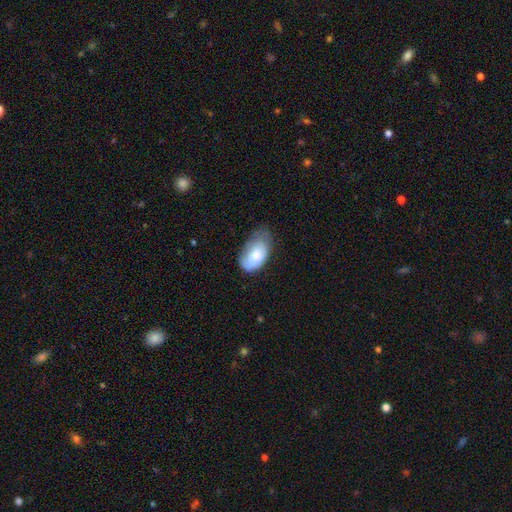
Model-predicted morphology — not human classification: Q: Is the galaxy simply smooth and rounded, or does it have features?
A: smooth — 73%.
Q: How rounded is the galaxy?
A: in between — 94%.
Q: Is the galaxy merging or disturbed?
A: minor disturbance — 42%.